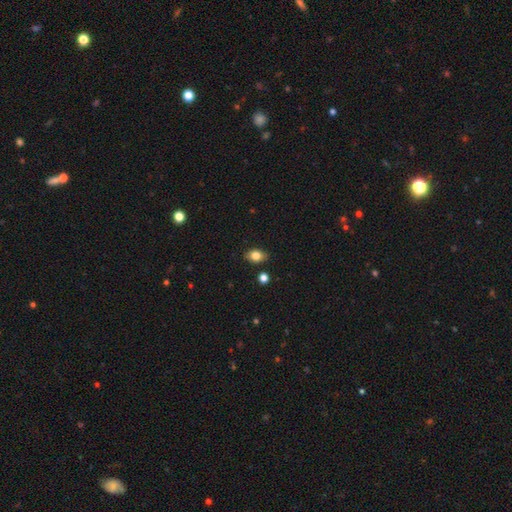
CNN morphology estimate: This is clearly a smooth galaxy (82%). How rounded: likely in between (79%). Merging: clearly none (85%).